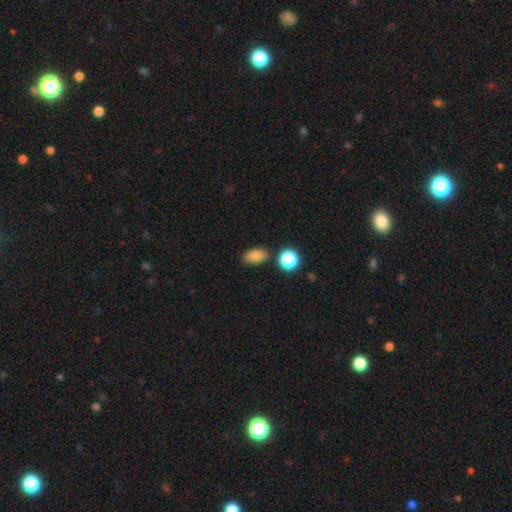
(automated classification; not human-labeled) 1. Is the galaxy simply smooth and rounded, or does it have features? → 84% smooth, 11% star or artifact, 5% featured or disk.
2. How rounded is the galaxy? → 86% in between, 12% round, 2% cigar-shaped.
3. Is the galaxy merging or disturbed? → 82% none, 11% minor disturbance, 5% merger, 3% major disturbance.